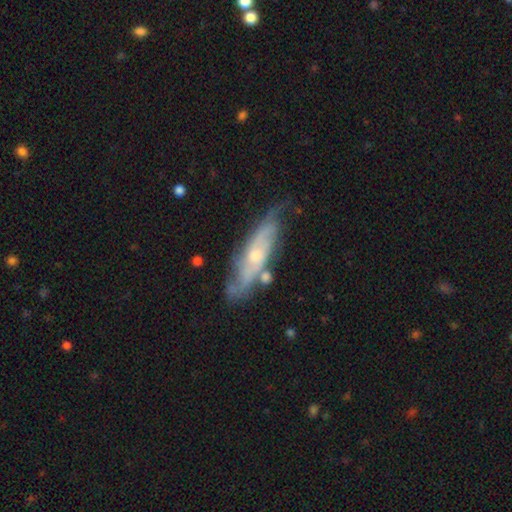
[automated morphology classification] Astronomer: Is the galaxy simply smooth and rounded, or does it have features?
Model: featured or disk — 73%.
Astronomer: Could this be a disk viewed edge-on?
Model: no — 68%.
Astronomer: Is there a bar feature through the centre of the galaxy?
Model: no — 70%.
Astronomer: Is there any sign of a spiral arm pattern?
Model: yes — 85%.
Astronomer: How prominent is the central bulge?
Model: small — 54% (runner-up: moderate, 41%).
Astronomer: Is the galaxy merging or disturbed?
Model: none — 62%.